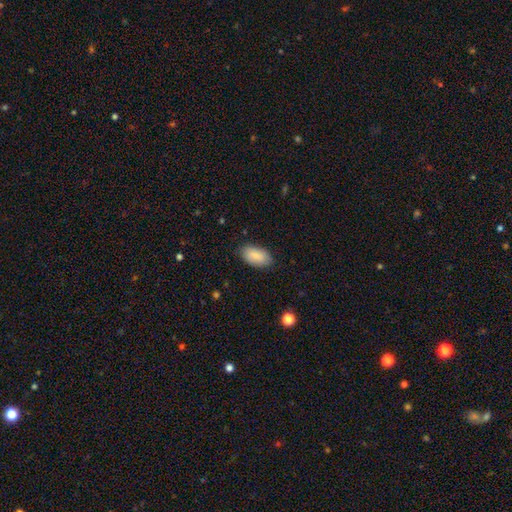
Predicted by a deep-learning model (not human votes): A smooth galaxy with no disk features (86%) that is in between round and cigar-shaped (95%). Merging: none (83%).